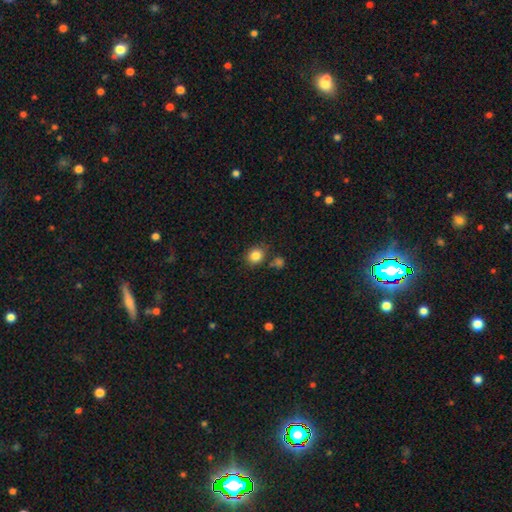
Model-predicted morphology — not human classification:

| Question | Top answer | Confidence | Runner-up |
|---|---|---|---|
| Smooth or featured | smooth | 84% | star or artifact (11%) |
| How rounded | round | 79% | in between (20%) |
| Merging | none | 78% | minor disturbance (11%) |